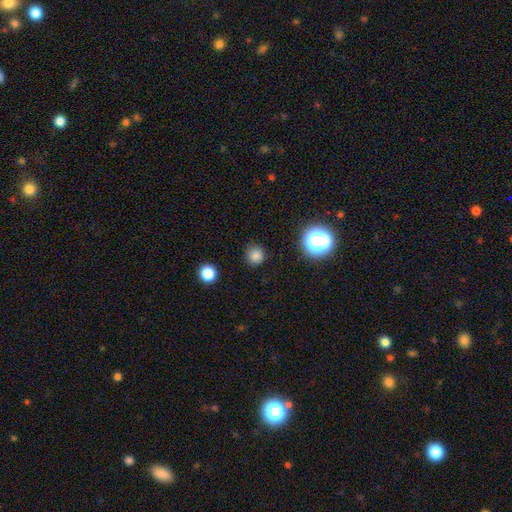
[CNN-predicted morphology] Overall: smooth (80%). How rounded: round (93%). Merging: none (88%).